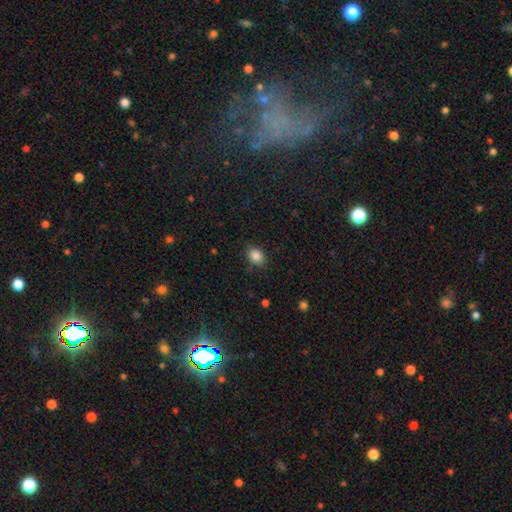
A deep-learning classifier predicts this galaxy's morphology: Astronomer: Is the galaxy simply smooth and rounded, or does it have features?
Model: smooth — 86%.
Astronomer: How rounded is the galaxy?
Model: in between — 64%.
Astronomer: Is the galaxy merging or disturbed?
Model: none — 81%.